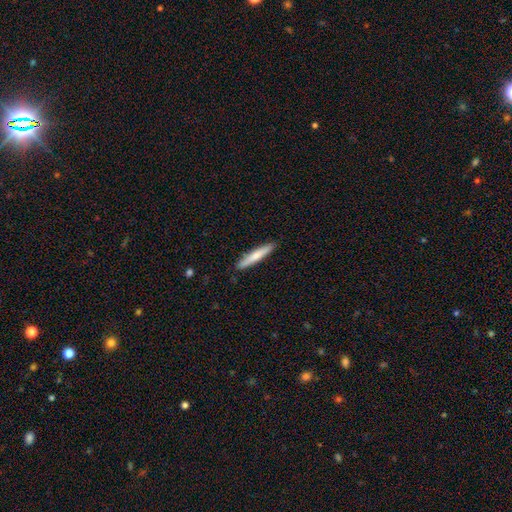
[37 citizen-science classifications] Smooth or featured? smooth (68%)
How rounded? cigar-shaped (92%)
Merging? none (88%)